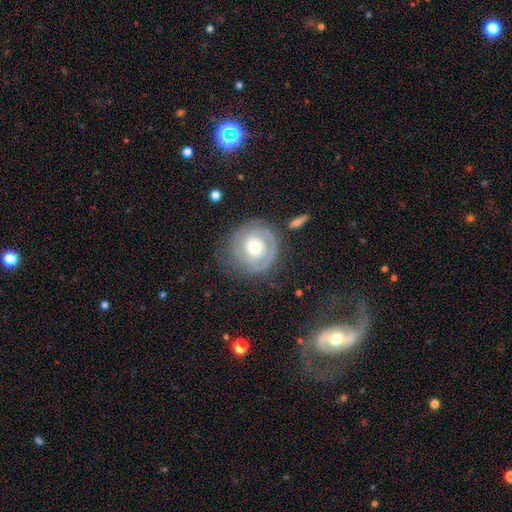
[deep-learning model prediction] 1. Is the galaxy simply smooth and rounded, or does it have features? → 63% featured or disk, 28% smooth, 9% star or artifact.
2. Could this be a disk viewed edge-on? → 96% no, 4% yes.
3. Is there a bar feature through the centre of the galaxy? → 63% no, 27% weak, 10% strong.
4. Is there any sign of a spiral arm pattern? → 75% yes, 25% no.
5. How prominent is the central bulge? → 68% moderate, 19% small, 9% large, 2% dominant, 1% none.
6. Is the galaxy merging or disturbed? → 69% none, 15% minor disturbance, 11% major disturbance, 6% merger.